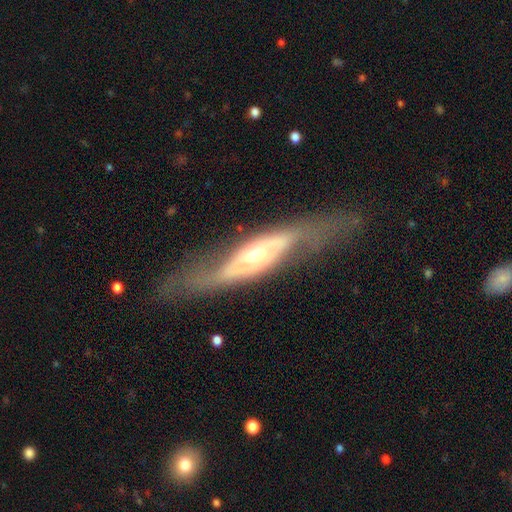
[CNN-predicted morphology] type=featured or disk (76%); edge-on=no (65%); merging=none (65%).